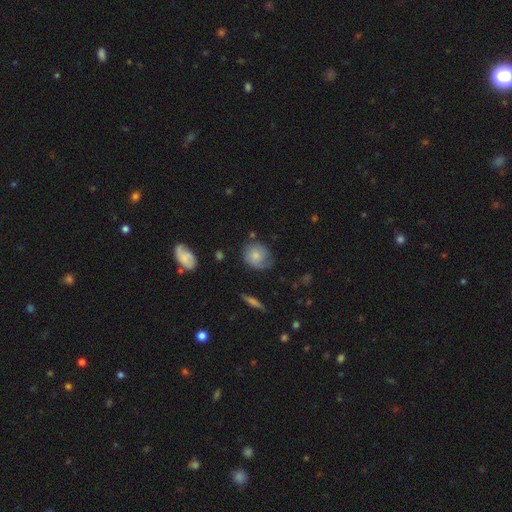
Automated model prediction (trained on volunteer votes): Smooth or featured?
  - smooth: 67% *
  - featured or disk: 26%
  - star or artifact: 8%
How rounded?
  - round: 74% *
  - in between: 24%
  - cigar-shaped: 1%
Merging?
  - none: 56% *
  - minor disturbance: 30%
  - major disturbance: 11%
  - merger: 2%